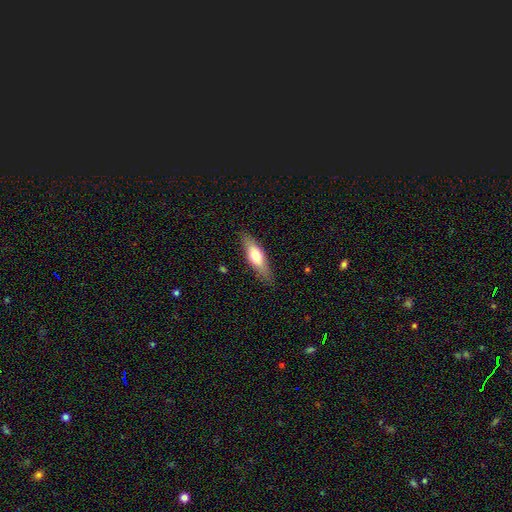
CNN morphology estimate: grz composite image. It shows a smooth galaxy with no disk features (60%) that is cigar-shaped (53%). Merging: none (84%).